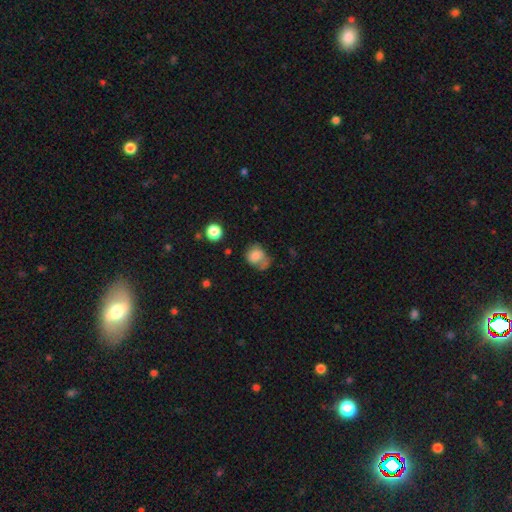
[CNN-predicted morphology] A smooth galaxy with no disk features (71%) that is round (50%). Merging: major disturbance (31%, tied with none).